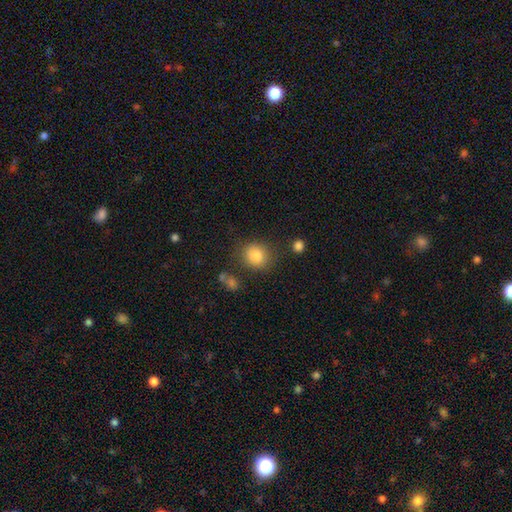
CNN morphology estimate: A smooth galaxy with no disk features (83%) that is round (79%). Merging: none (79%).